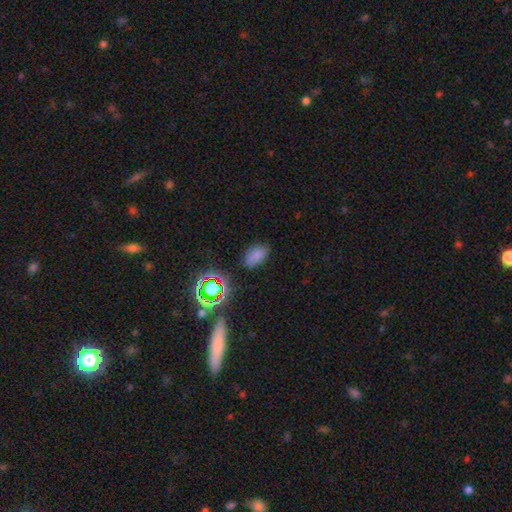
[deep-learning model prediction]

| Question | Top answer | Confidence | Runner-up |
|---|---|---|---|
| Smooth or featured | smooth | 73% | star or artifact (19%) |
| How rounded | in between | 90% | round (9%) |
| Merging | none | 79% | minor disturbance (15%) |